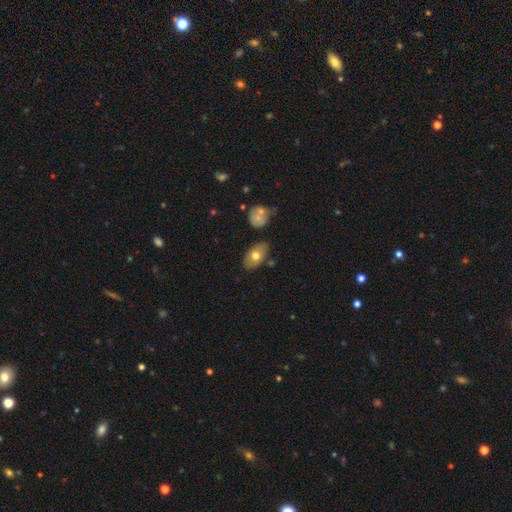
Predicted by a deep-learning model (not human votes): Smooth or featured?
  - smooth: 67% *
  - featured or disk: 26%
  - star or artifact: 7%
How rounded?
  - in between: 91% *
  - round: 7%
  - cigar-shaped: 2%
Merging?
  - none: 76% *
  - minor disturbance: 15%
  - merger: 6%
  - major disturbance: 3%